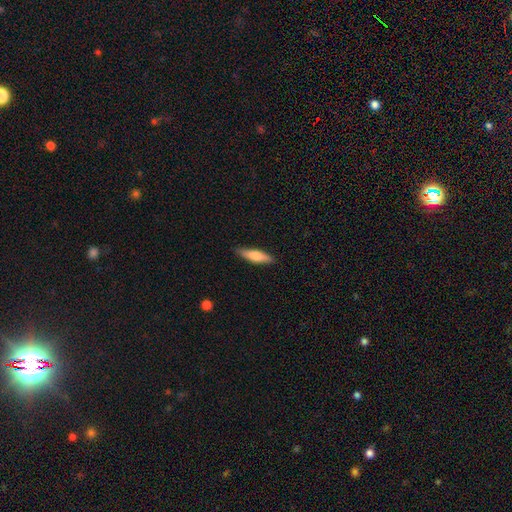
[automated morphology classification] The model was most divided on "smooth or featured": smooth: 67%, featured or disk: 27%, star or artifact: 6%. More confident: merging — none (88%); how rounded — cigar-shaped (71%).